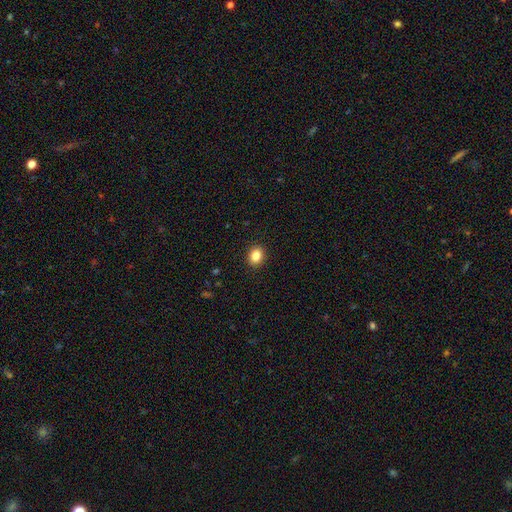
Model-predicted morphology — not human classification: This is clearly a smooth galaxy (85%). How rounded: possibly round (54%). Merging: clearly none (91%).